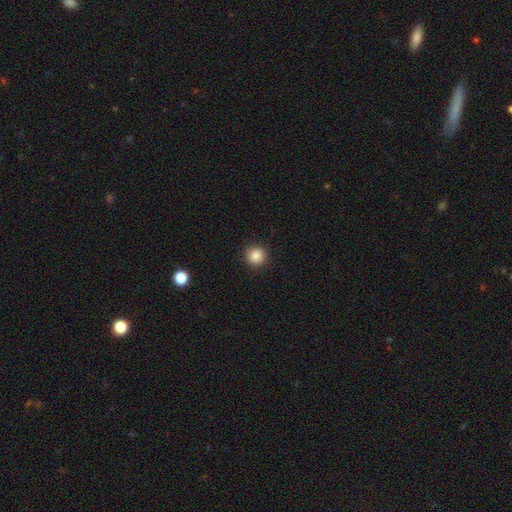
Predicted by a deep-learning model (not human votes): Q: Smooth or featured?
A: smooth (85%); runner-up: star or artifact (10%)
Q: How rounded?
A: round (94%); runner-up: in between (5%)
Q: Merging?
A: none (91%); runner-up: minor disturbance (6%)